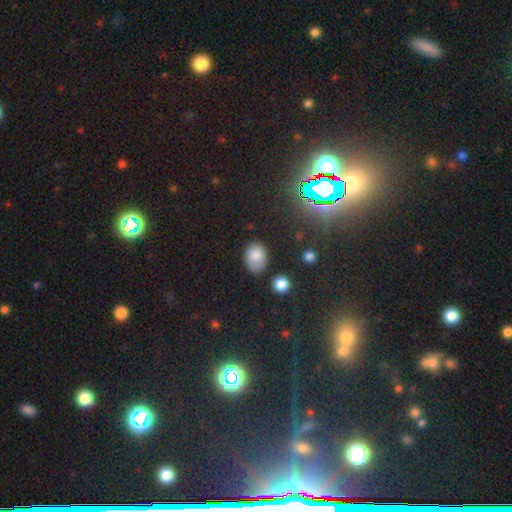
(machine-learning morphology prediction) smooth 82%, star or artifact 11%, featured or disk 7%. Down the decision tree: how rounded — in between (73%); merging — none (67%).